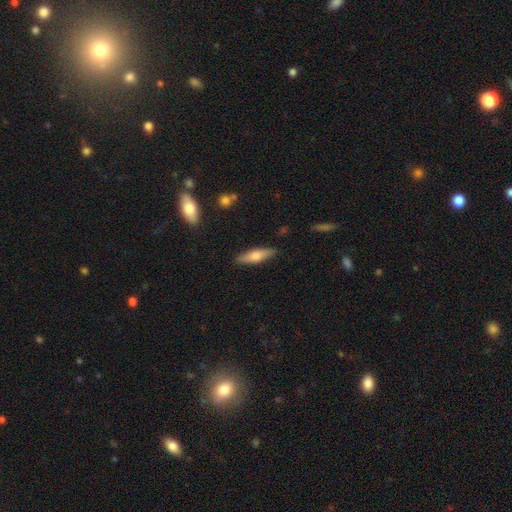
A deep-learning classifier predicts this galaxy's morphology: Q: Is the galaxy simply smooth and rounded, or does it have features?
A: smooth — 61%.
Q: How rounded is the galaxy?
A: cigar-shaped — 64%.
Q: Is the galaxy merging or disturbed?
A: none — 88%.